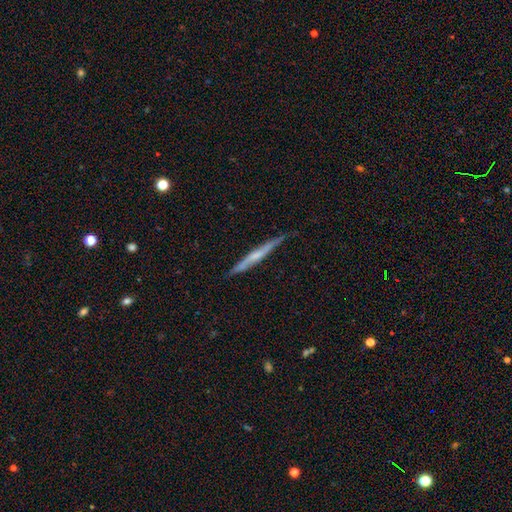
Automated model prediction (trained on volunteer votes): Morphology: type=featured or disk (59%); edge-on=yes (96%); edge-on bulge=none (54%); merging=none (82%).